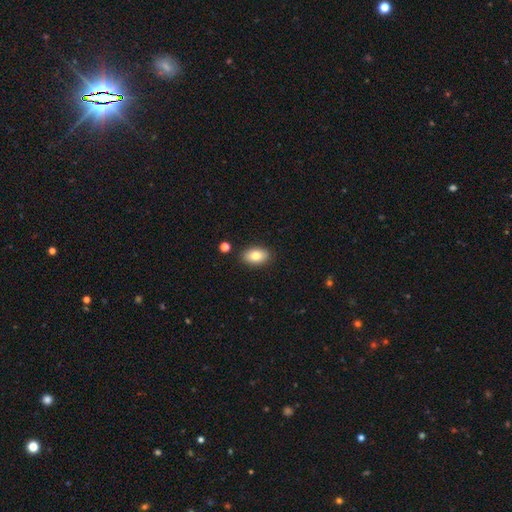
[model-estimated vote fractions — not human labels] Smooth or featured?
  - smooth: 81% *
  - featured or disk: 11%
  - star or artifact: 8%
How rounded?
  - in between: 90% *
  - round: 9%
  - cigar-shaped: 2%
Merging?
  - none: 87% *
  - minor disturbance: 9%
  - merger: 2%
  - major disturbance: 2%